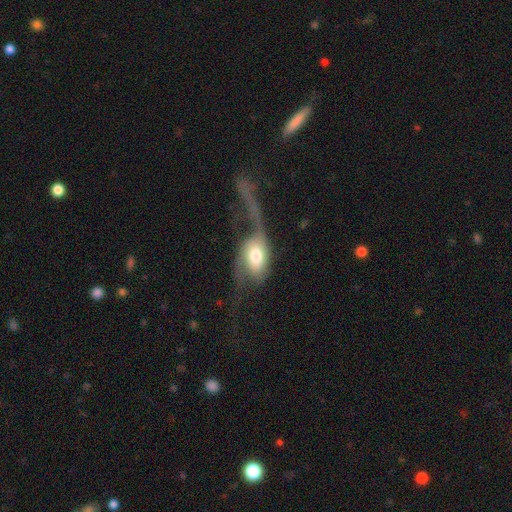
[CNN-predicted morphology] Q: Smooth or featured?
A: featured or disk (50%); runner-up: smooth (43%)
Q: Edge-on disk?
A: no (89%); runner-up: yes (11%)
Q: Merging?
A: major disturbance (60%); runner-up: none (20%)